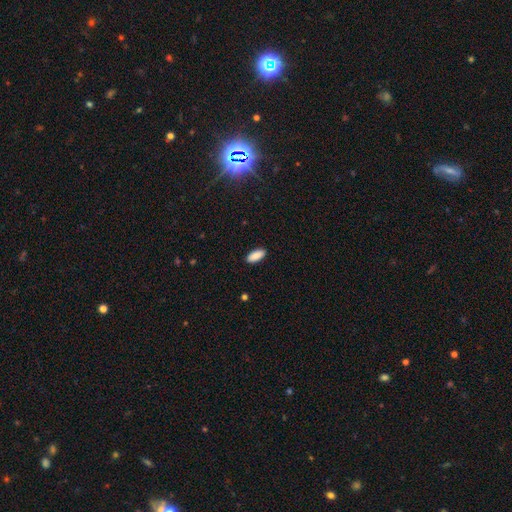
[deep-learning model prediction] A smooth galaxy with no disk features (90%) that is in between round and cigar-shaped (84%).

Vote fractions:
- Smooth or featured? smooth: 90% / star or artifact: 6% / featured or disk: 4%
- How rounded? in between: 84% / cigar-shaped: 14% / round: 2%
- Merging? none: 90% / minor disturbance: 8% / major disturbance: 2% / merger: 1%